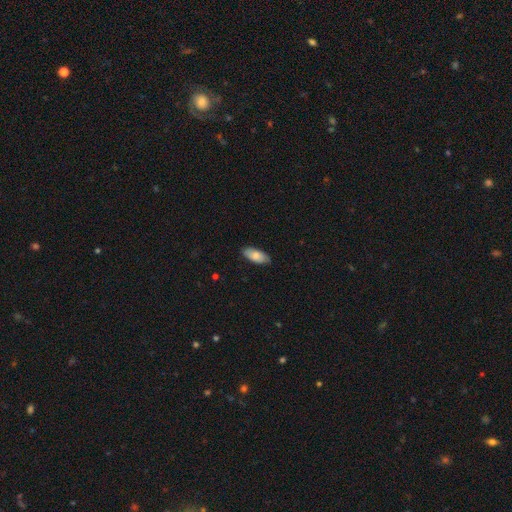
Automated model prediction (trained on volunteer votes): Q: Smooth or featured?
A: smooth (80%); runner-up: featured or disk (14%)
Q: How rounded?
A: in between (87%); runner-up: cigar-shaped (11%)
Q: Merging?
A: none (86%); runner-up: minor disturbance (11%)